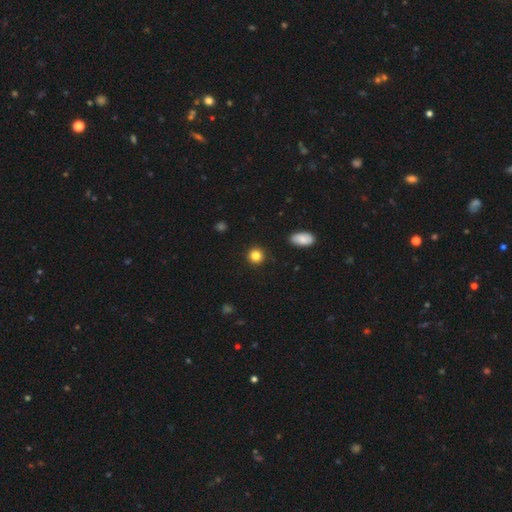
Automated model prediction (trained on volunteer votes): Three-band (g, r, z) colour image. It shows a smooth galaxy with no disk features (84%) that is round (91%). Merging: none (91%).